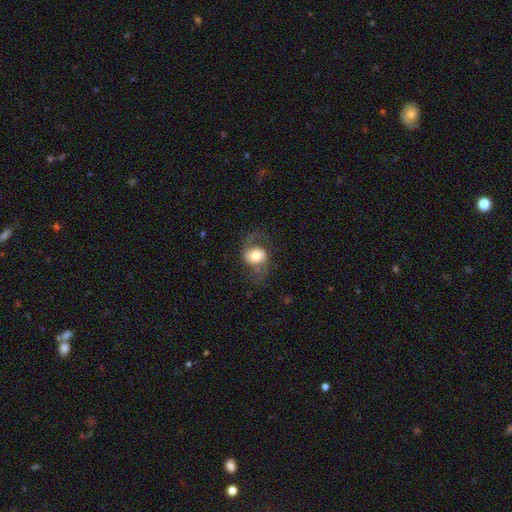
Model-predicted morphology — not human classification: Q: Smooth or featured?
A: featured or disk (67%); runner-up: smooth (25%)
Q: Edge-on disk?
A: no (97%); runner-up: yes (3%)
Q: Bar?
A: no (56%); runner-up: weak (32%)
Q: Spiral arms?
A: yes (90%); runner-up: no (10%)
Q: Spiral winding?
A: loose (56%); runner-up: medium (37%)
Q: Spiral arm count?
A: 2 (90%); runner-up: 1 (5%)
Q: Bulge size?
A: moderate (49%); runner-up: large (31%)
Q: Merging?
A: none (67%); runner-up: major disturbance (16%)